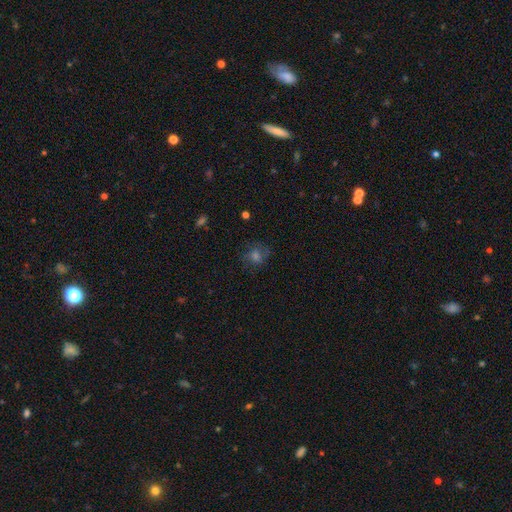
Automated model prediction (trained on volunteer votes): Morphology: type=smooth (42%); merging=none (72%).